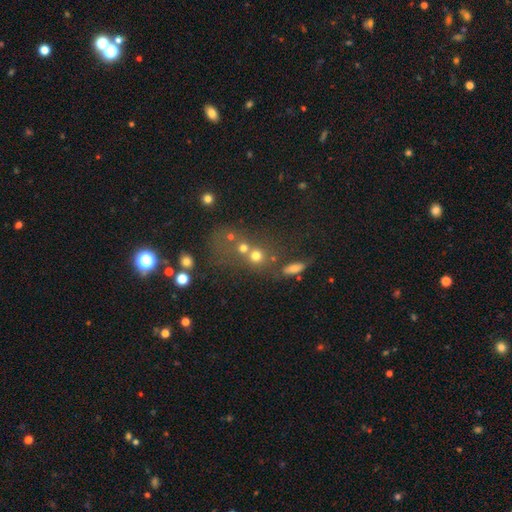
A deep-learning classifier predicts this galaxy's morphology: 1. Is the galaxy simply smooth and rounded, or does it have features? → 65% smooth, 19% star or artifact, 16% featured or disk.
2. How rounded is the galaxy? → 79% round, 19% in between, 2% cigar-shaped.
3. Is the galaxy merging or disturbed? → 41% merger (tied), 41% none (tied), 9% minor disturbance, 8% major disturbance.